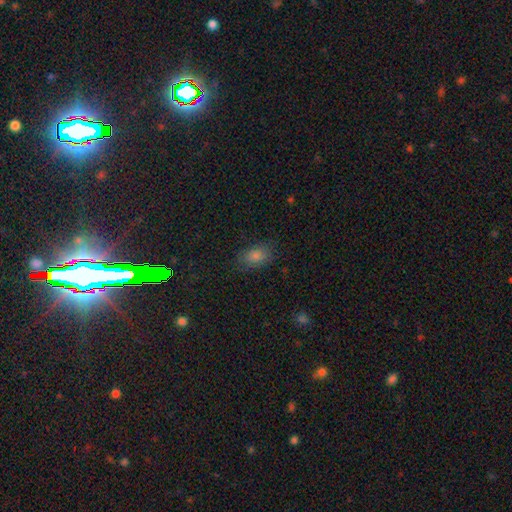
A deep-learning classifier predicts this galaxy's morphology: Smooth or featured? Predicted: smooth (p=0.76). How rounded? Predicted: in between (p=0.83). Merging? Predicted: none (p=0.81).